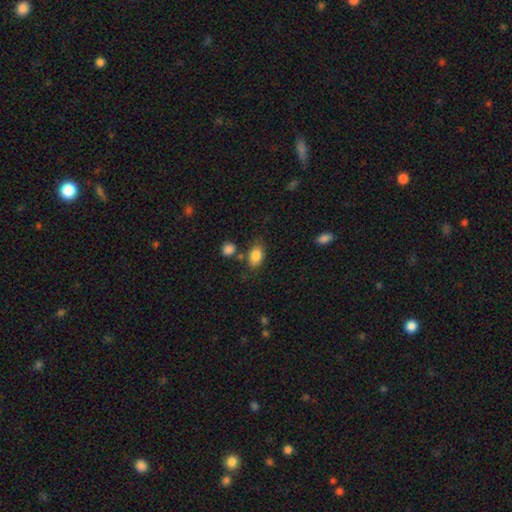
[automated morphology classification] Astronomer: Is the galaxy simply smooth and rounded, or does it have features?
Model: smooth — 85%.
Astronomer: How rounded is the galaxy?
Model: in between — 86%.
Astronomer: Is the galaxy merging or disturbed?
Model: none — 72%.